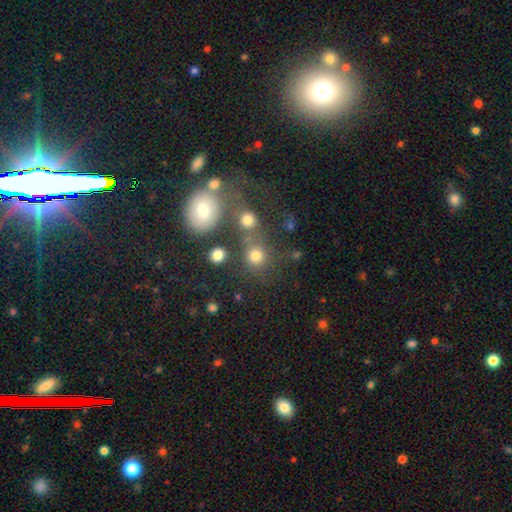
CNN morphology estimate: This is likely a smooth galaxy (78%). How rounded: clearly round (86%). Merging: likely none (61%).